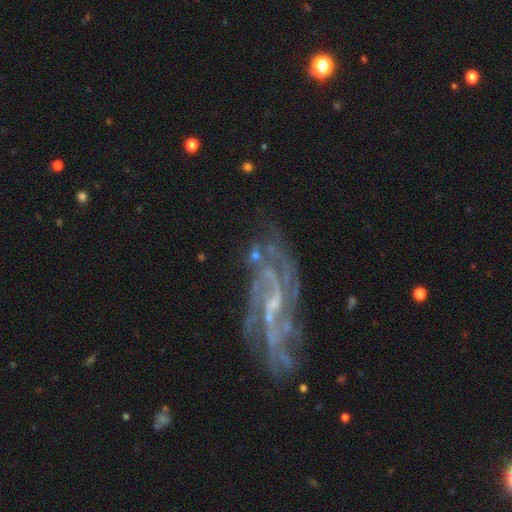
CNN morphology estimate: Smooth or featured? Predicted: featured or disk (p=0.80). Edge-on disk? Predicted: no (p=0.95). Bar? Predicted: weak (p=0.44). Spiral arms? Predicted: yes (p=0.92). Spiral winding? Predicted: medium (p=0.47). Spiral arm count? Predicted: 2 (p=0.42). Bulge size? Predicted: small (p=0.49). Merging? Predicted: none (p=0.57).